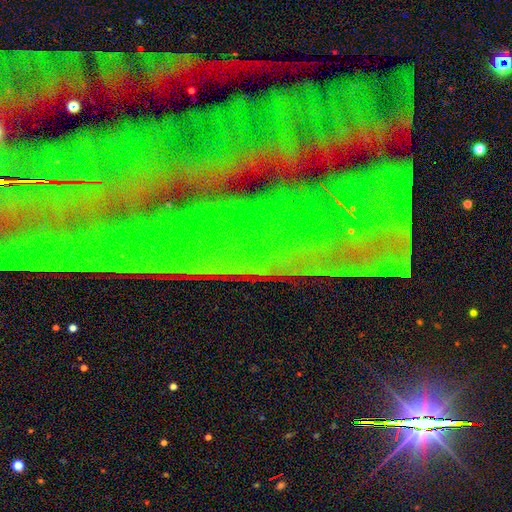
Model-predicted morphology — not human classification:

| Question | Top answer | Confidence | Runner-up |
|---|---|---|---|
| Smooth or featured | star or artifact | 86% | featured or disk (8%) |